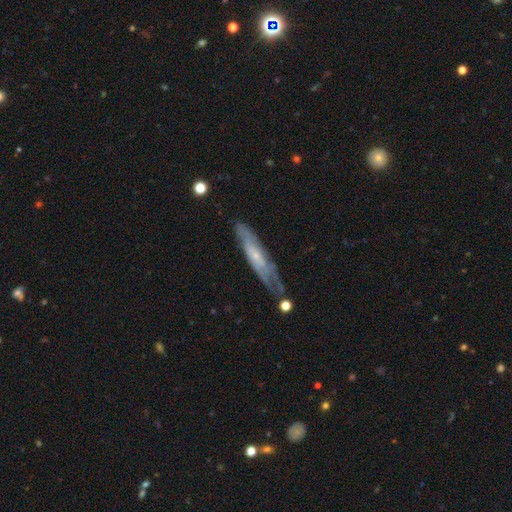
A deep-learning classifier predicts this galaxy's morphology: The model was most divided on "edge-on disk": no: 53%, yes: 47%. More confident: smooth or featured — featured or disk (63%); merging — none (58%).